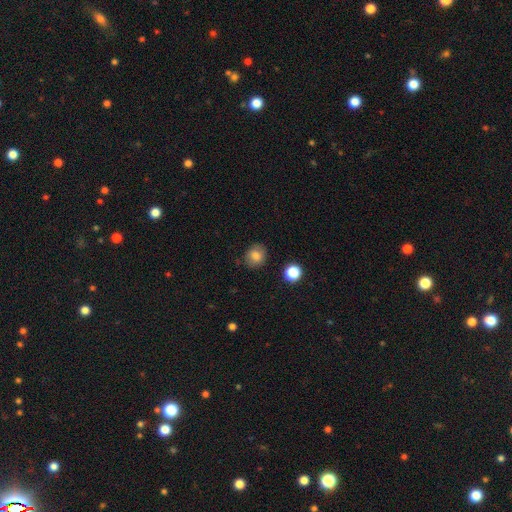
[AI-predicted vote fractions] This appears to be a smooth galaxy with no disk features (79%) that is round (75%). Merging: none (83%).